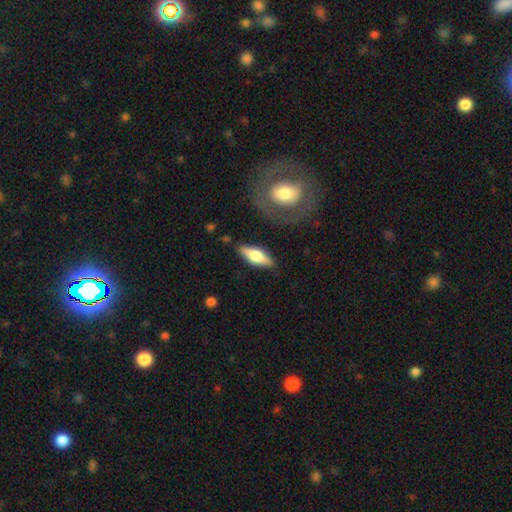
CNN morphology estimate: type=smooth (48%); merging=none (84%).